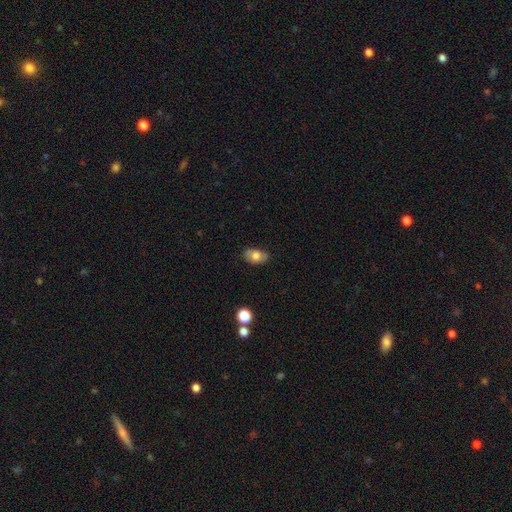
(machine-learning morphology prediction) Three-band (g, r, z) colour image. It shows a smooth galaxy with no disk features (72%) that is in between round and cigar-shaped (87%). Merging: none (80%).